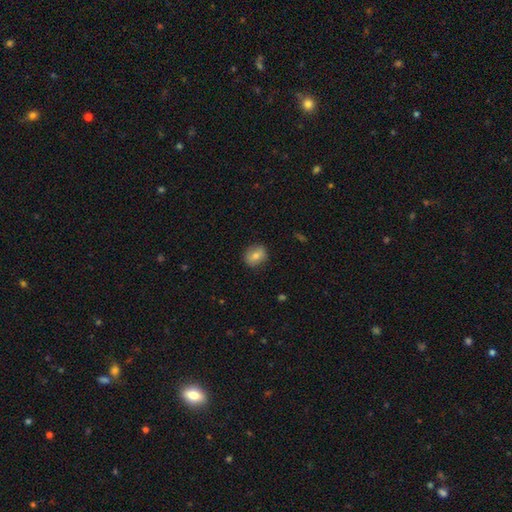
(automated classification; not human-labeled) Smooth or featured? Predicted: smooth (p=0.73). How rounded? Predicted: round (p=0.59). Merging? Predicted: none (p=0.86).